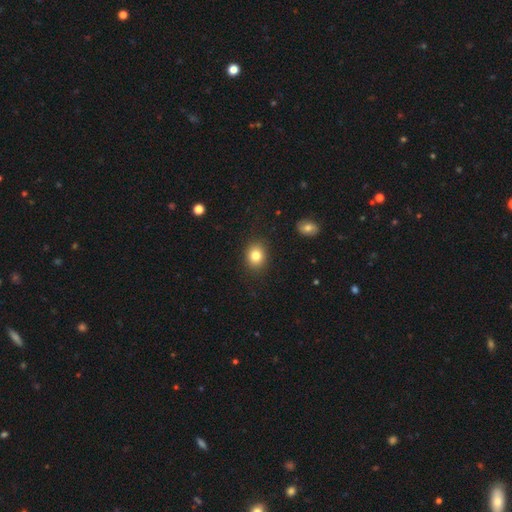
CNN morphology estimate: Smooth or featured? smooth (82%)
How rounded? round (60%)
Merging? none (88%)